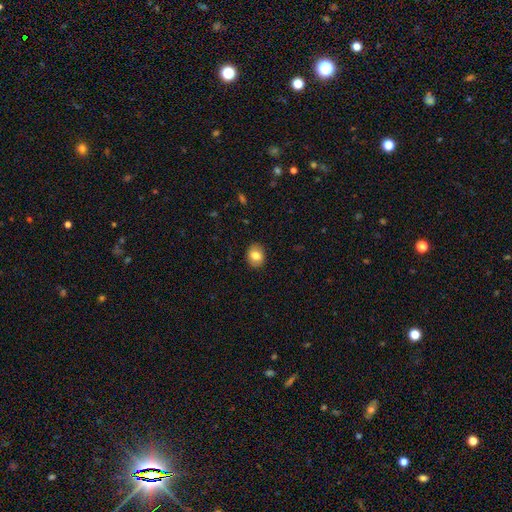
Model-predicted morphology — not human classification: A smooth galaxy with no disk features (79%) that is round (53%). Merging: none (89%).